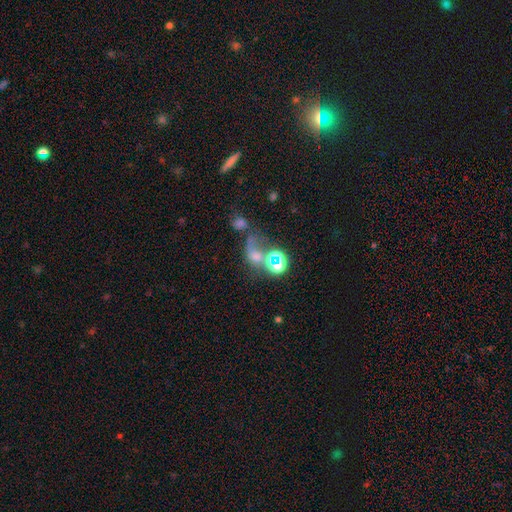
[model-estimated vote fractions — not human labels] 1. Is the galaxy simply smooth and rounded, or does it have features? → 39% star or artifact, 36% smooth, 25% featured or disk.